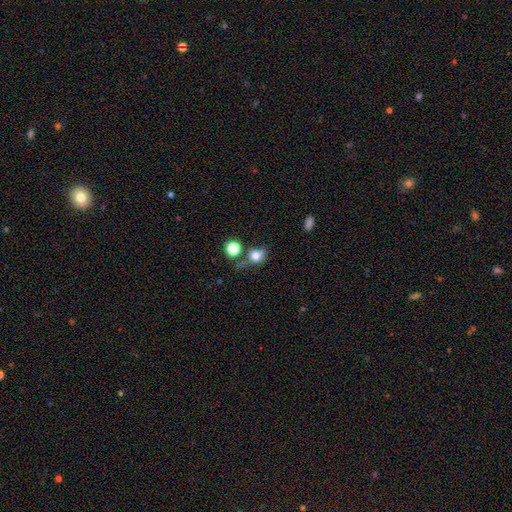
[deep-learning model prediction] This appears to be a smooth galaxy with no disk features (73%) that is round (66%). Merging: none (46%).